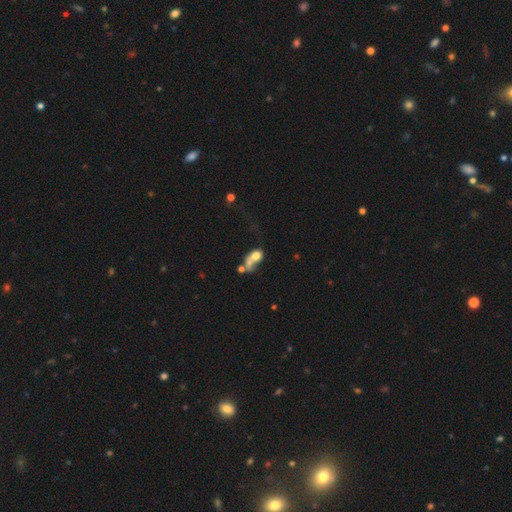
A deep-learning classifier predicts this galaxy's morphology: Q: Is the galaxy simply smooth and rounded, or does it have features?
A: smooth — 56%.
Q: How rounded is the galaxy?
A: in between — 63%.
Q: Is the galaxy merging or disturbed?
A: merger — 50%.